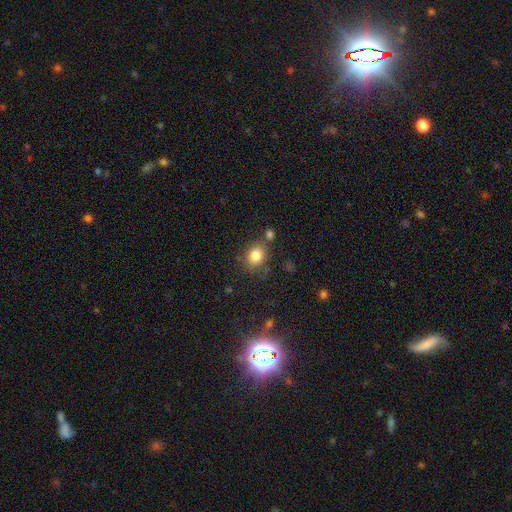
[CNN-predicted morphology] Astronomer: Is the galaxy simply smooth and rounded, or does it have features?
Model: smooth — 82%.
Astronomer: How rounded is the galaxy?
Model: round — 56% (runner-up: in between, 43%).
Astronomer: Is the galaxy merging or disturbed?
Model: none — 72%.